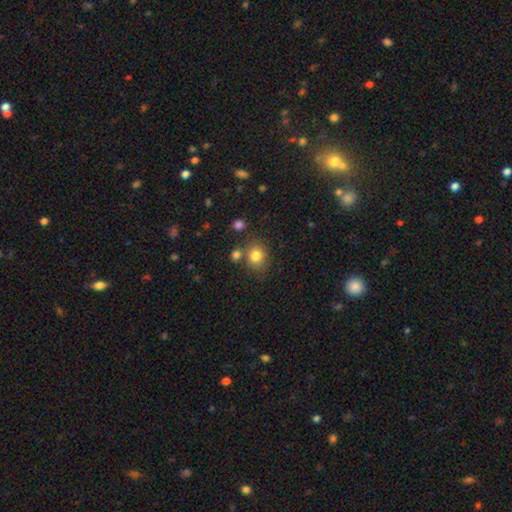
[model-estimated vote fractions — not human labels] This is clearly a smooth galaxy (81%). How rounded: likely round (72%). Merging: likely none (70%).